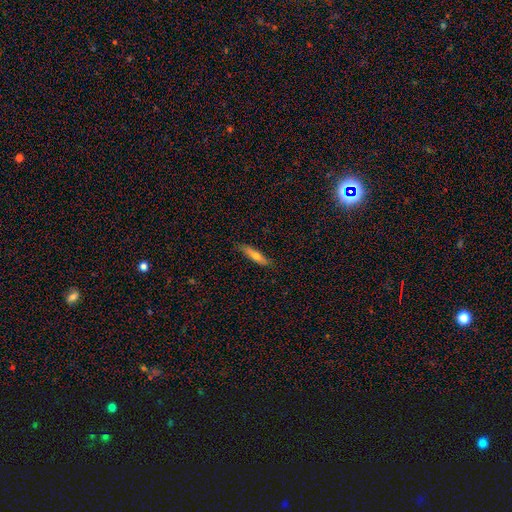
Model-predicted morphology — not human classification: This appears to be a smooth galaxy with no disk features (60%) that is cigar-shaped (82%). Merging: none (84%).